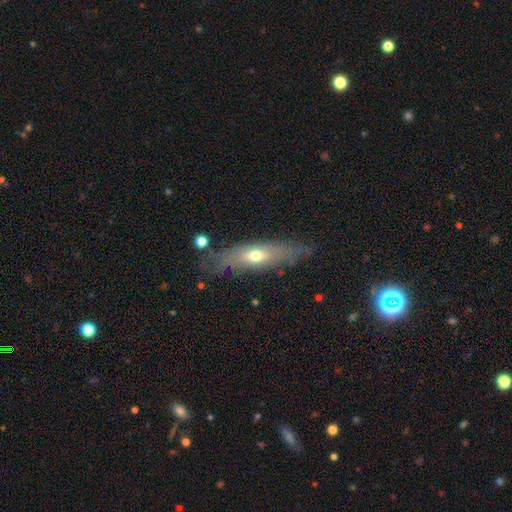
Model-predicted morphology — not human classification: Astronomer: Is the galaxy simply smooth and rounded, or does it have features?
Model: featured or disk — 47% (runner-up: smooth, 46%).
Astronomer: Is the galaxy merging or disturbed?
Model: none — 71%.